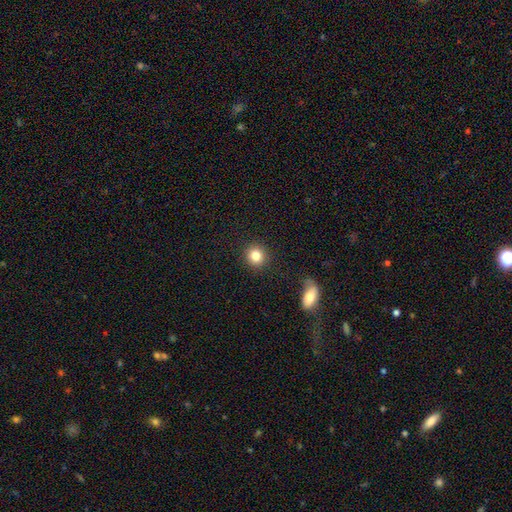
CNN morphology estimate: smooth-or-featured: smooth: 82% | star or artifact: 11% | featured or disk: 7%
  how-rounded: round: 92% | in between: 7% | cigar-shaped: 1%
  merging: none: 90% | minor disturbance: 6% | major disturbance: 2% | merger: 2%